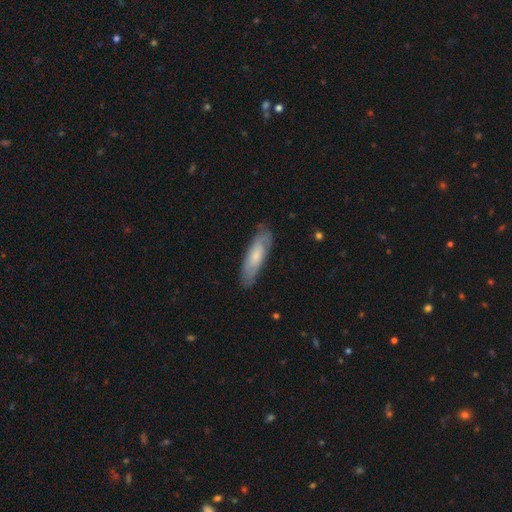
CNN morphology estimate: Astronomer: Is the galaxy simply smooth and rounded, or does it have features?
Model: smooth — 59% (runner-up: featured or disk, 36%).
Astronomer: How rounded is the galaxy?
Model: cigar-shaped — 58% (runner-up: in between, 41%).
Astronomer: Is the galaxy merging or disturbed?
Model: none — 75%.